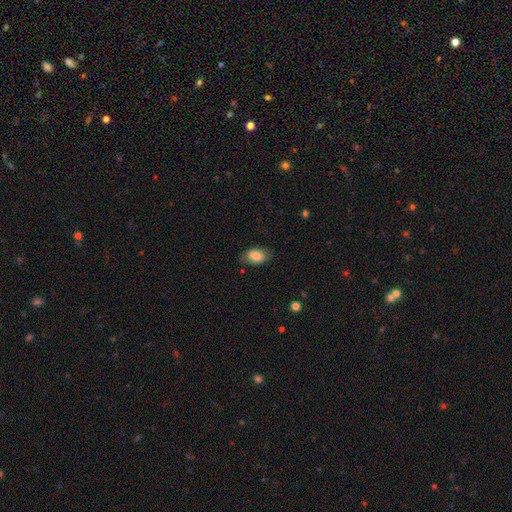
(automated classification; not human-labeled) This appears to be a smooth galaxy with no disk features (81%) that is in between round and cigar-shaped (89%). Merging: none (74%).